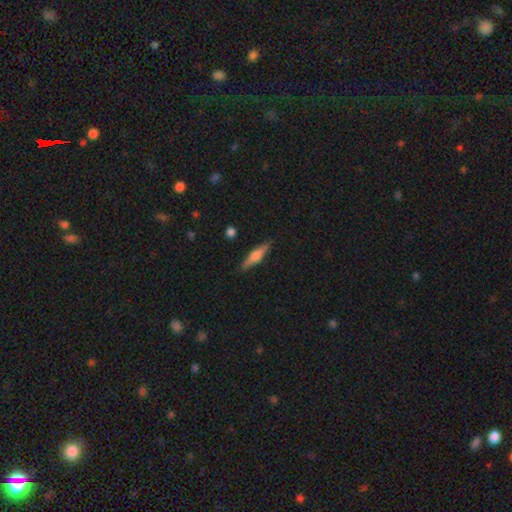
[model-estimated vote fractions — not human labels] The model was most divided on "smooth or featured": featured or disk: 48%, smooth: 46%, star or artifact: 6%. More confident: merging — none (87%).